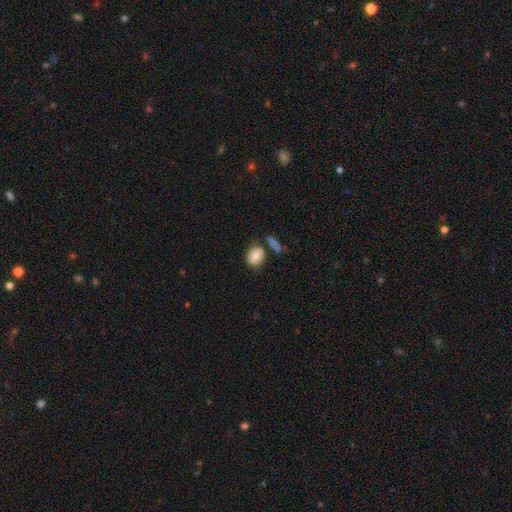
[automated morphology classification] Smooth or featured: smooth — 77% (featured or disk — 15%)
How rounded: in between — 51% (round — 48%)
Merging: none — 64% (minor disturbance — 17%)